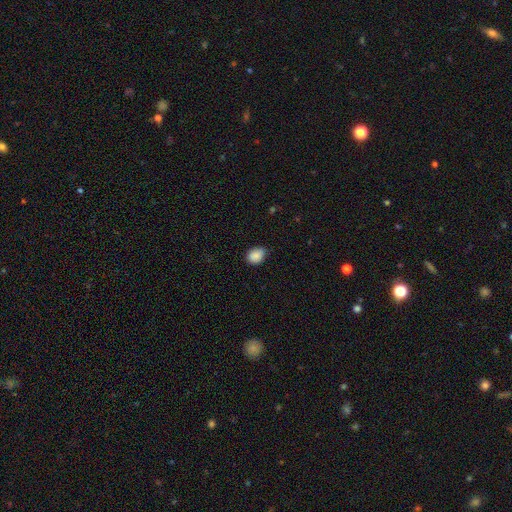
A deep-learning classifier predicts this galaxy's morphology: Smooth or featured? Predicted: smooth (p=0.88). How rounded? Predicted: in between (p=0.63). Merging? Predicted: none (p=0.69).